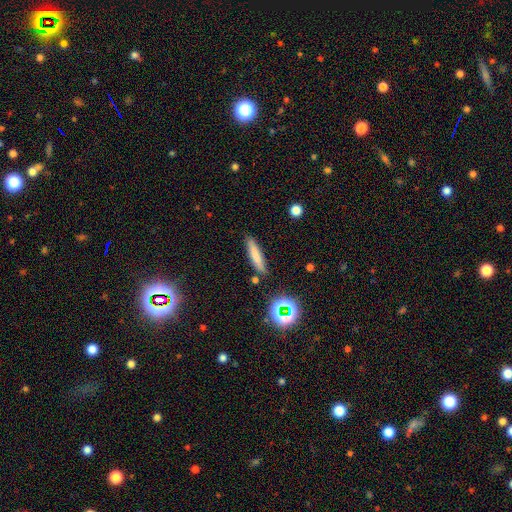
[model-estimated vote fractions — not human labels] Q: Smooth or featured?
A: smooth (75%); runner-up: featured or disk (15%)
Q: How rounded?
A: cigar-shaped (86%); runner-up: in between (12%)
Q: Merging?
A: none (84%); runner-up: minor disturbance (10%)